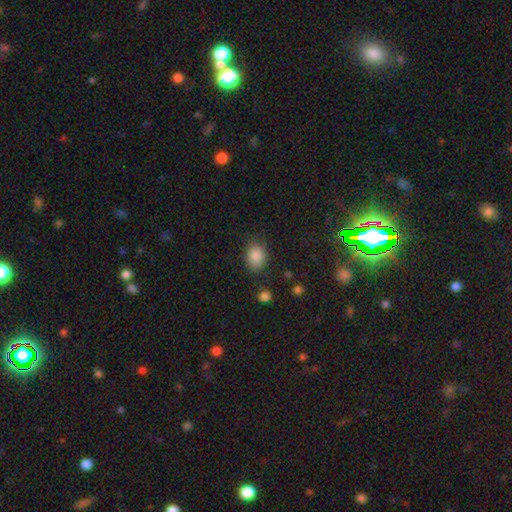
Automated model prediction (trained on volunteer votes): Morphology: type=smooth (86%); roundness=in between (59%); merging=none (79%).